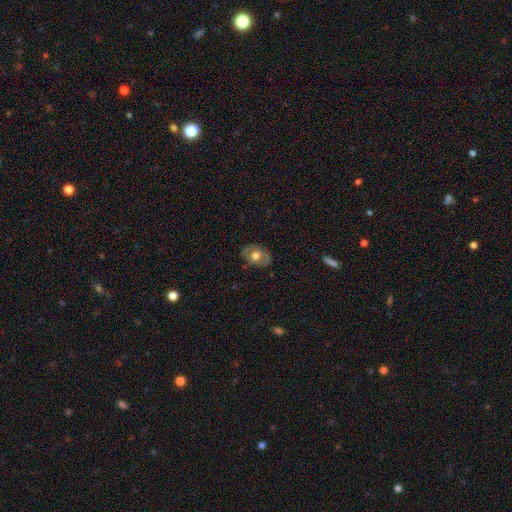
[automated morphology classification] Smooth or featured: smooth — 47% (featured or disk — 45%)
Merging: none — 73% (minor disturbance — 20%)